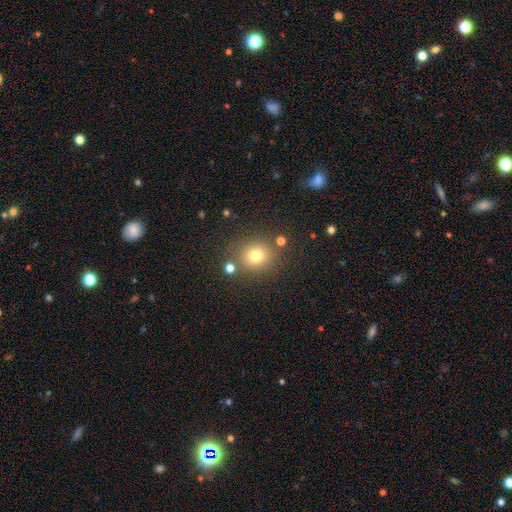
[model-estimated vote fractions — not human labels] Overall: smooth (74%). How rounded: round (84%). Merging: none (80%).